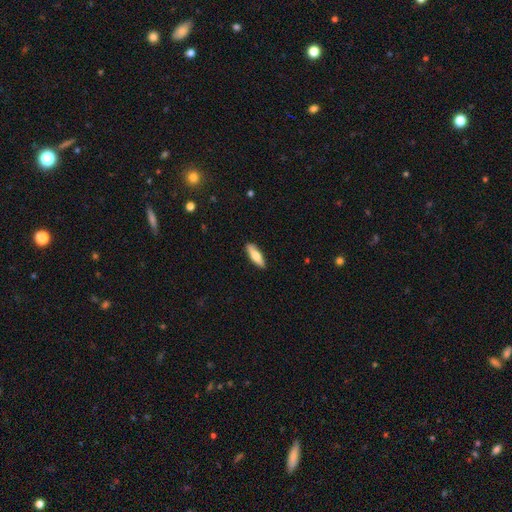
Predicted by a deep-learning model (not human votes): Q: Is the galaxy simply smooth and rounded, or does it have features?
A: smooth — 63%.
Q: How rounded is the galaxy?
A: cigar-shaped — 60%.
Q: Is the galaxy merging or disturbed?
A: none — 89%.